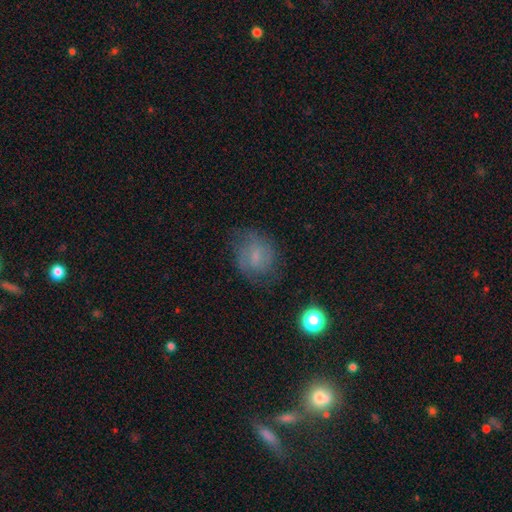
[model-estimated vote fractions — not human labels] Overall: smooth (48%; featured or disk 41%). Merging: none (63%; minor disturbance 23%).